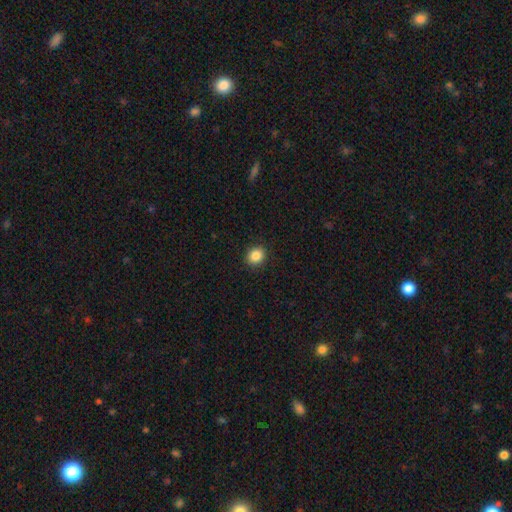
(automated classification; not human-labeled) This appears to be a smooth galaxy with no disk features (86%) that is round (74%). Merging: none (91%).